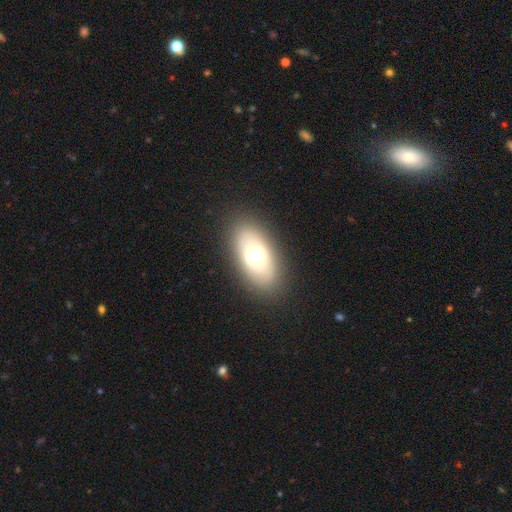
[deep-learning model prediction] This is possibly a smooth galaxy (58%). How rounded: clearly in between (87%). Merging: clearly none (86%).